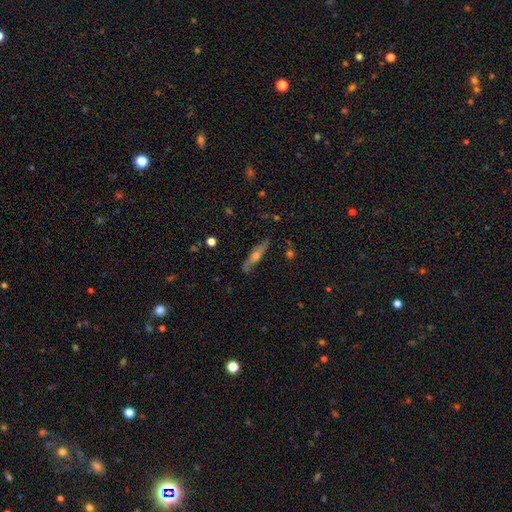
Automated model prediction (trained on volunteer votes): smooth-or-featured: featured or disk: 60% | smooth: 31% | star or artifact: 9%
  disk-edge-on: yes: 78% | no: 22%
  merging: none: 80% | minor disturbance: 14% | major disturbance: 4% | merger: 2%